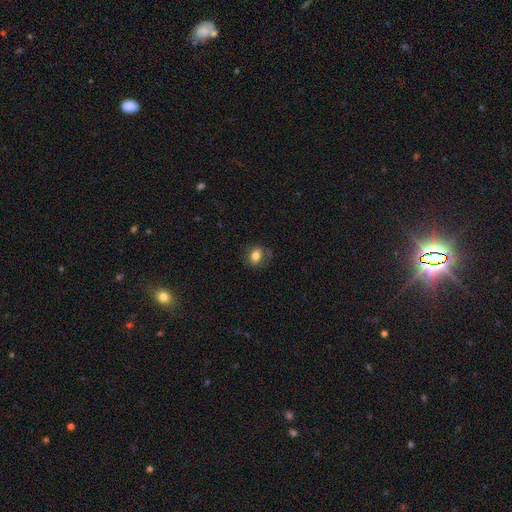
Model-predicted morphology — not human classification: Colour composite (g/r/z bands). It shows a smooth galaxy with no disk features (79%) that is in between round and cigar-shaped (57%). Merging: none (73%).